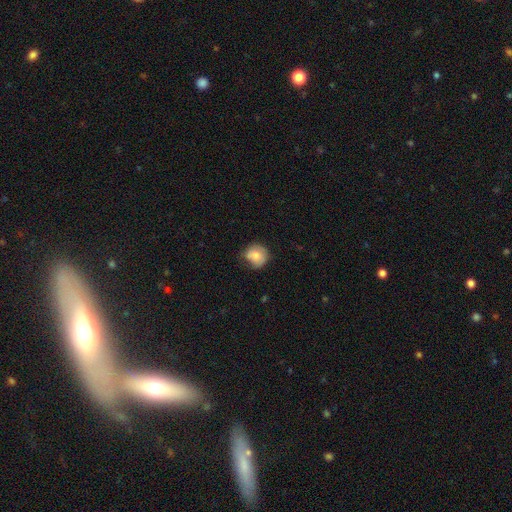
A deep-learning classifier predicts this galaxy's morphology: Q: Smooth or featured?
A: smooth (78%); runner-up: featured or disk (14%)
Q: How rounded?
A: round (84%); runner-up: in between (15%)
Q: Merging?
A: none (63%); runner-up: minor disturbance (28%)